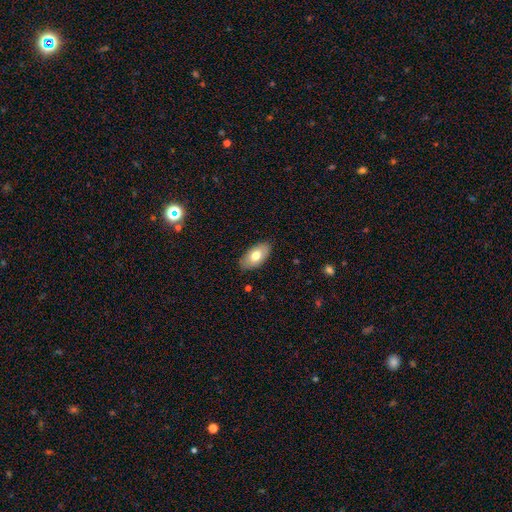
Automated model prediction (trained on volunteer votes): This appears to be a smooth galaxy with no disk features (72%) that is in between round and cigar-shaped (94%). Merging: none (86%).